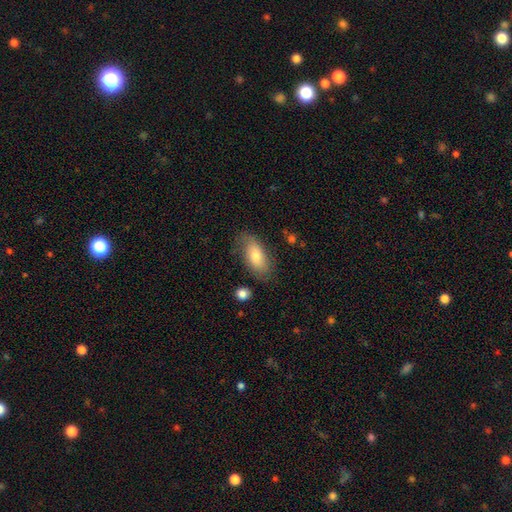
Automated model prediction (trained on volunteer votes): This appears to be a smooth galaxy with no disk features (71%) that is in between round and cigar-shaped (89%). Merging: none (72%).